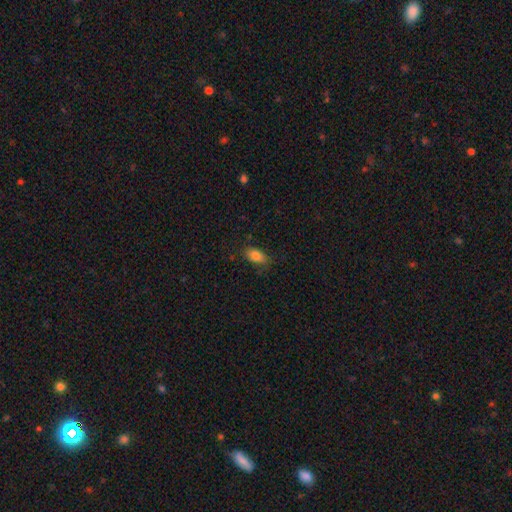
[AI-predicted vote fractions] A smooth galaxy with no disk features (84%) that is in between round and cigar-shaped (90%). Merging: none (77%).